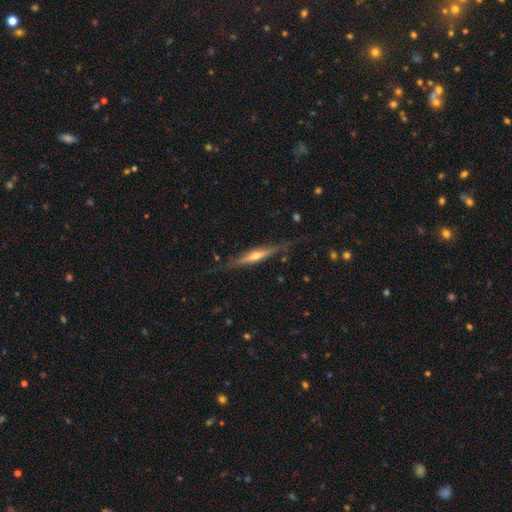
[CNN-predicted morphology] The model was most divided on "smooth or featured": featured or disk: 72%, smooth: 22%, star or artifact: 6%. More confident: edge-on disk — yes (96%); merging — none (78%); edge-on bulge — rounded (78%).